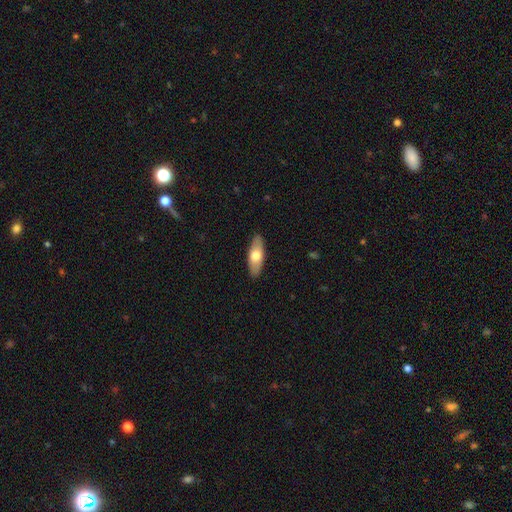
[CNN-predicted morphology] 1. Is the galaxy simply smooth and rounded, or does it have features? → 65% smooth, 30% featured or disk, 5% star or artifact.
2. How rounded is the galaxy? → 71% in between, 26% cigar-shaped, 3% round.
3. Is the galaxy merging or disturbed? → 89% none, 8% minor disturbance, 2% major disturbance, 1% merger.